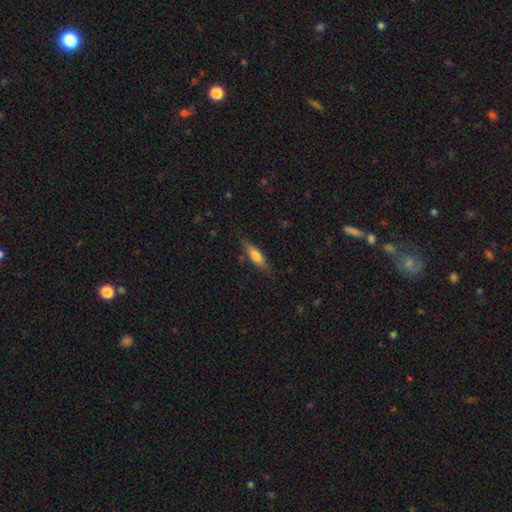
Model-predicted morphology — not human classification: smooth-or-featured: smooth: 62% | featured or disk: 31% | star or artifact: 7%
  how-rounded: cigar-shaped: 60% | in between: 38% | round: 2%
  merging: none: 79% | minor disturbance: 16% | major disturbance: 4% | merger: 2%